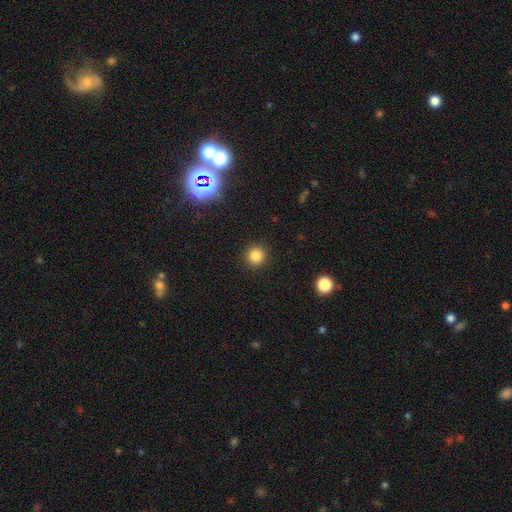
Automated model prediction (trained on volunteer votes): The model was most divided on "smooth or featured": smooth: 83%, star or artifact: 12%, featured or disk: 4%. More confident: how rounded — round (94%); merging — none (92%).